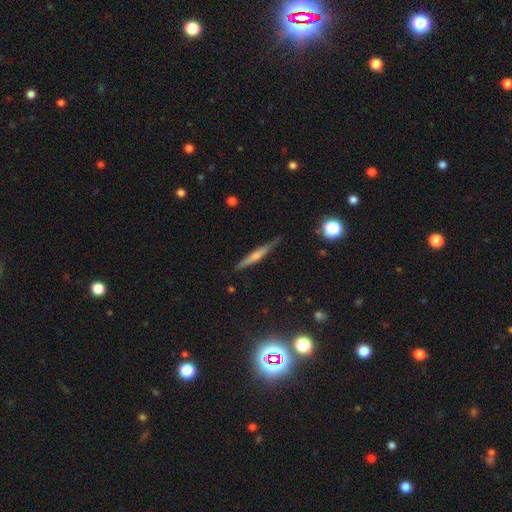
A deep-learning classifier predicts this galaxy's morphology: featured or disk 61%, smooth 26%, star or artifact 12%. Down the decision tree: edge-on disk — yes (97%); edge-on bulge — rounded (71%); merging — none (88%).